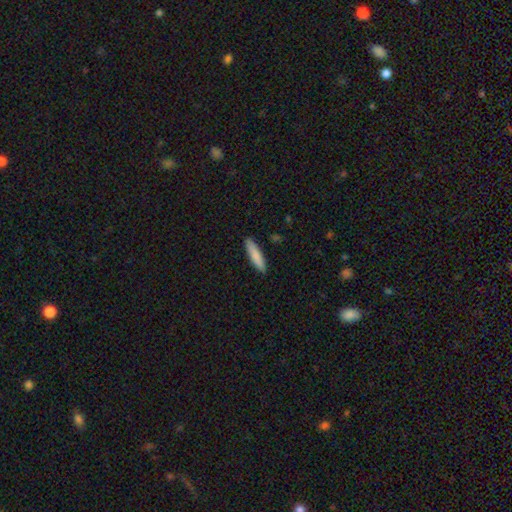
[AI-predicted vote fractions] A smooth galaxy with no disk features (85%) that is cigar-shaped (80%).

Vote fractions:
- Smooth or featured? smooth: 85% / featured or disk: 10% / star or artifact: 6%
- How rounded? cigar-shaped: 80% / in between: 19% / round: 1%
- Merging? none: 89% / minor disturbance: 9% / major disturbance: 2% / merger: 1%